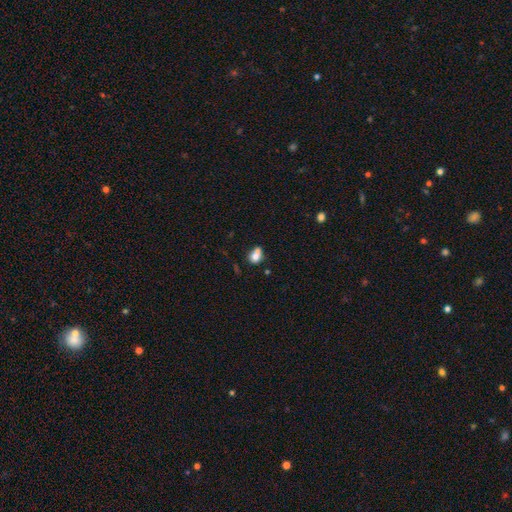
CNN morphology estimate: smooth-or-featured: smooth: 74% | featured or disk: 15% | star or artifact: 11%
  how-rounded: in between: 56% | round: 41% | cigar-shaped: 2%
  merging: none: 36% | merger: 29% | minor disturbance: 23% | major disturbance: 12%